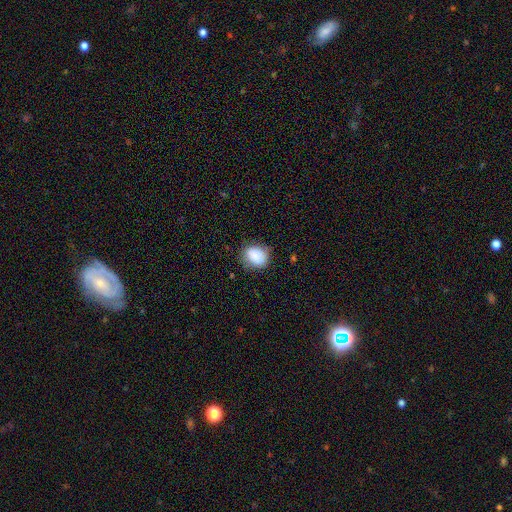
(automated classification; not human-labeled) smooth 86%, star or artifact 8%, featured or disk 6%. Down the decision tree: how rounded — round (52%); merging — none (75%).